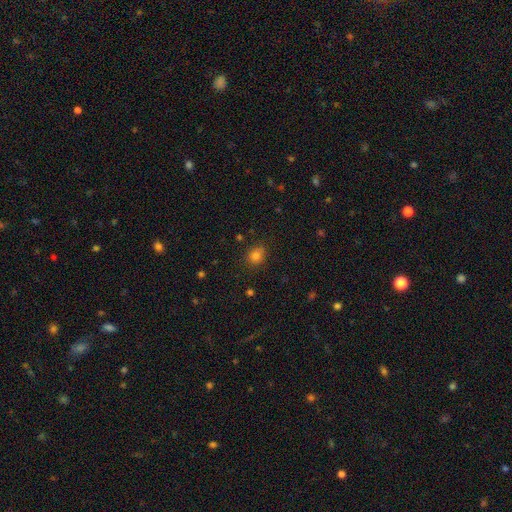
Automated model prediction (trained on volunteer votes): Smooth or featured? smooth (79%)
How rounded? round (69%)
Merging? none (78%)